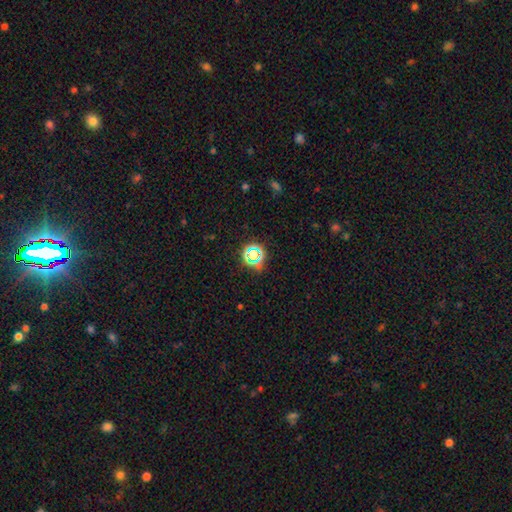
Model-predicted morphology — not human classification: The model was most divided on "smooth or featured": star or artifact: 65%, smooth: 26%, featured or disk: 10%.